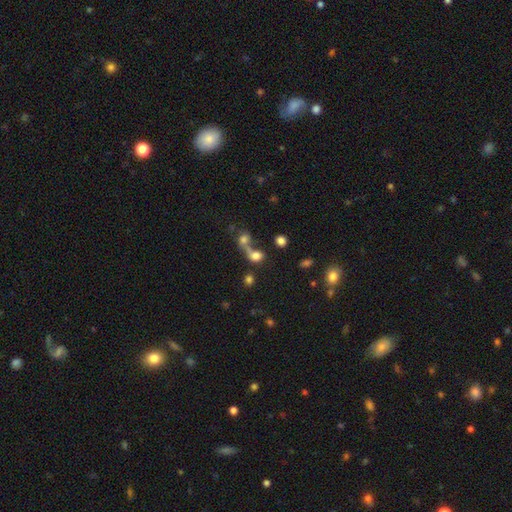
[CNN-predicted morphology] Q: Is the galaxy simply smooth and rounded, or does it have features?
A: smooth — 74%.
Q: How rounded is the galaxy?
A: round — 53%.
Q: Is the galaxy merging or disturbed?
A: merger — 51%.